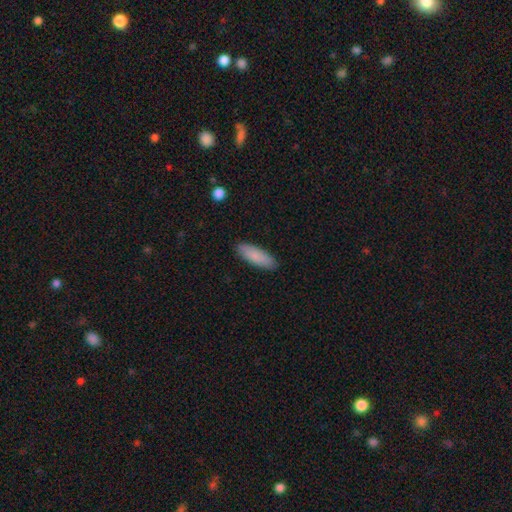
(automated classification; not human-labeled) This appears to be a smooth galaxy with no disk features (86%) that is in between round and cigar-shaped (56%). Merging: none (89%).